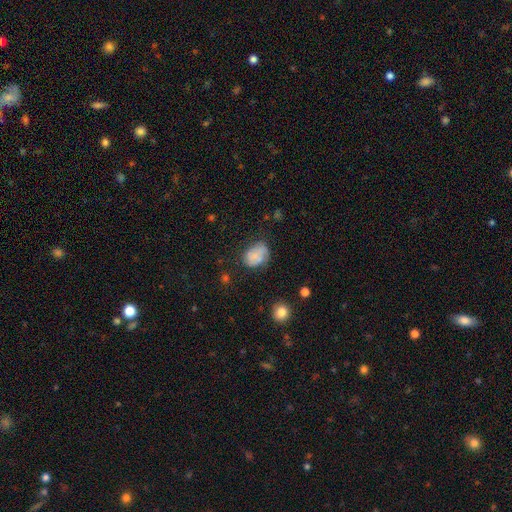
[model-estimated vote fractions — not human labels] Smooth or featured? Predicted: smooth (p=0.67). How rounded? Predicted: in between (p=0.72). Merging? Predicted: none (p=0.52).